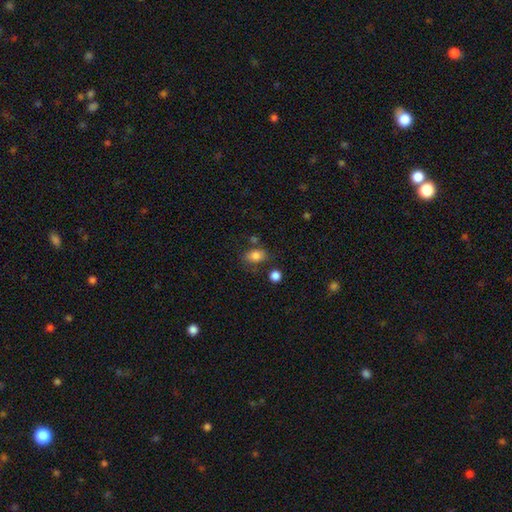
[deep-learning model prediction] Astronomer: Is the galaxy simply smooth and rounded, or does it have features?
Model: smooth — 83%.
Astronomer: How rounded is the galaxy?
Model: in between — 76%.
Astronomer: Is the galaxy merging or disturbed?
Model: none — 67%.